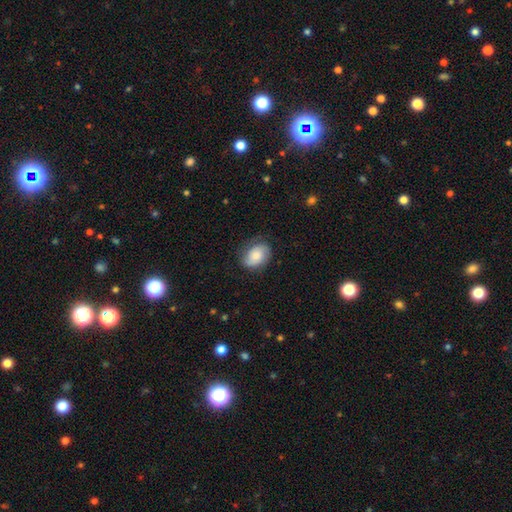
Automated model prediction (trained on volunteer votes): Q: Smooth or featured?
A: smooth (65%); runner-up: featured or disk (28%)
Q: How rounded?
A: in between (73%); runner-up: round (26%)
Q: Merging?
A: none (69%); runner-up: minor disturbance (22%)